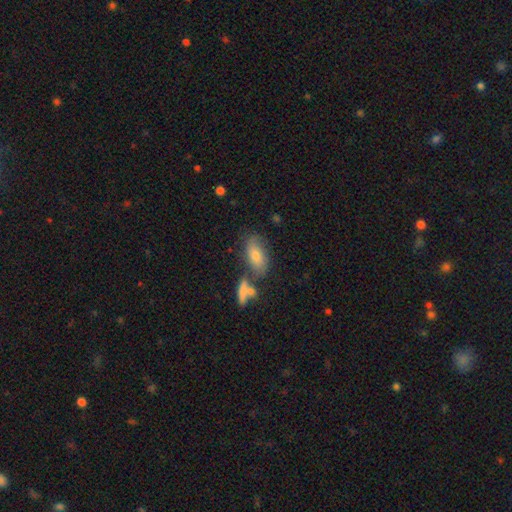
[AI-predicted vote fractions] Smooth or featured: smooth — 66% (featured or disk — 24%)
How rounded: in between — 86% (cigar-shaped — 9%)
Merging: none — 56% (merger — 20%)